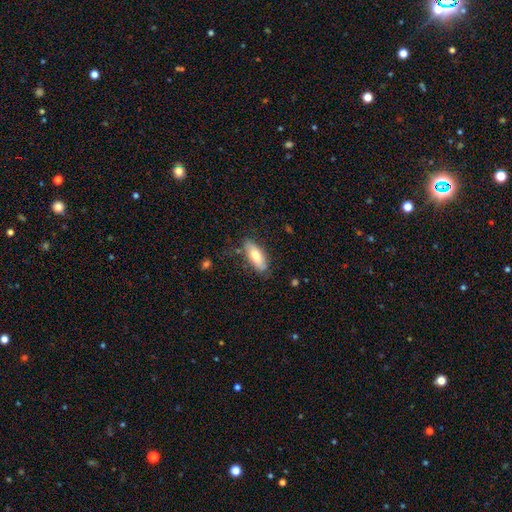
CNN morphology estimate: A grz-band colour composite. It shows a smooth galaxy with no disk features (71%) that is in between round and cigar-shaped (77%). Merging: none (71%).